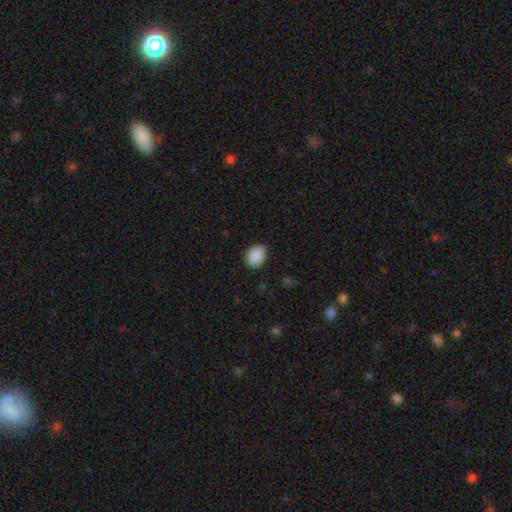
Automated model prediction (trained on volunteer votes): Q: Smooth or featured?
A: smooth (90%); runner-up: star or artifact (8%)
Q: How rounded?
A: in between (59%); runner-up: round (40%)
Q: Merging?
A: none (86%); runner-up: minor disturbance (11%)